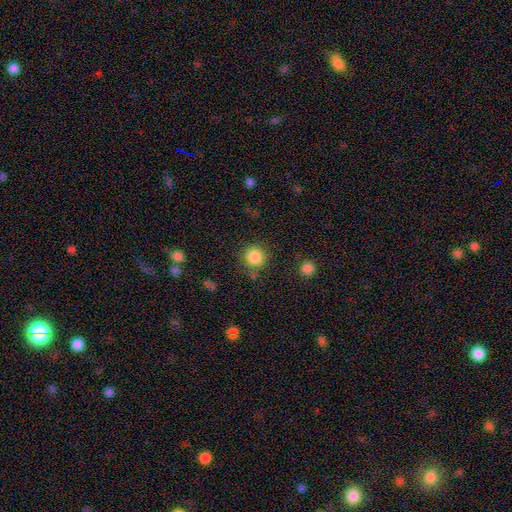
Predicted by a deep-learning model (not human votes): smooth_or_featured: smooth (p=0.86) [alt: star or artifact p=0.10]
how_rounded: round (p=0.93) [alt: in between p=0.06]
merging: none (p=0.83) [alt: minor disturbance p=0.09]